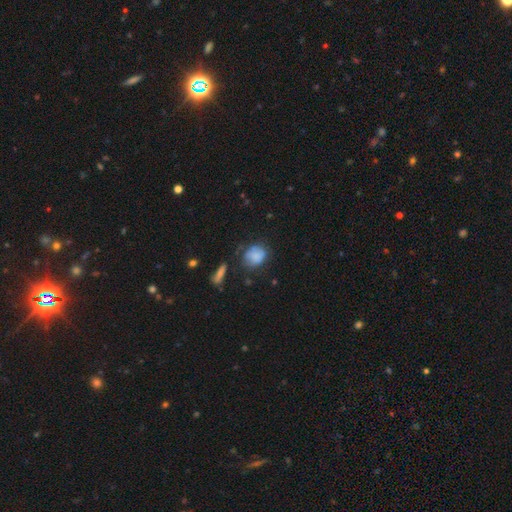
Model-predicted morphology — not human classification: Smooth or featured? Predicted: smooth (p=0.76). How rounded? Predicted: round (p=0.53). Merging? Predicted: none (p=0.52).